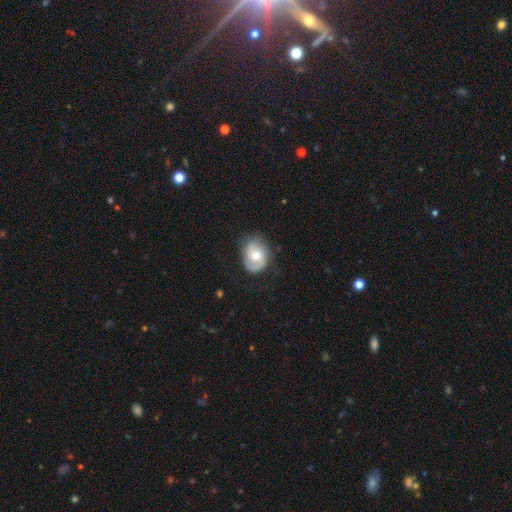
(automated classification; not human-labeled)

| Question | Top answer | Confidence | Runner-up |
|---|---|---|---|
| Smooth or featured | featured or disk | 56% | smooth (38%) |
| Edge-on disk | no | 97% | yes (3%) |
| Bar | no | 66% | weak (28%) |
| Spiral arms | yes | 79% | no (21%) |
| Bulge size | moderate | 73% | small (18%) |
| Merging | none | 69% | minor disturbance (22%) |